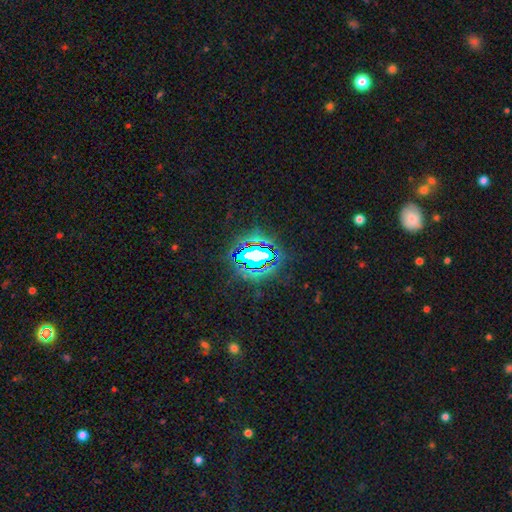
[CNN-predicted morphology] Smooth or featured?
  - star or artifact: 73% *
  - smooth: 14%
  - featured or disk: 13%